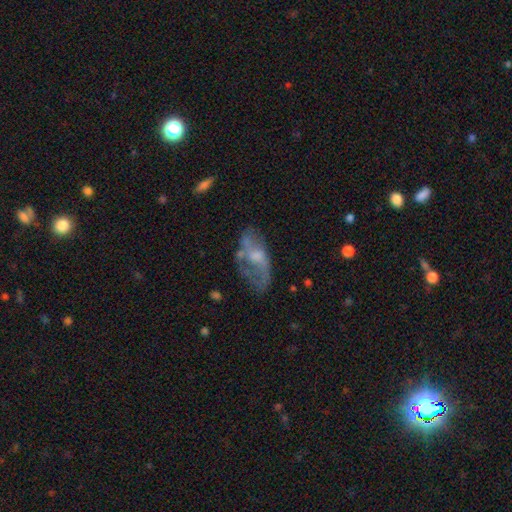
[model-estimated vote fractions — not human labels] Morphology: type=featured or disk (61%); edge-on=no (91%); bar=no (64%); spiral arms=yes (59%); bulge=moderate (44%); merging=none (48%).